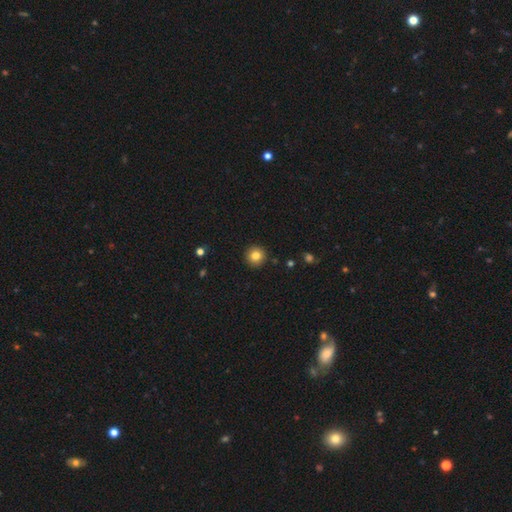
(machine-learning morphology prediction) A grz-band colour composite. It shows a smooth galaxy with no disk features (82%) that is round (95%). Merging: none (92%).